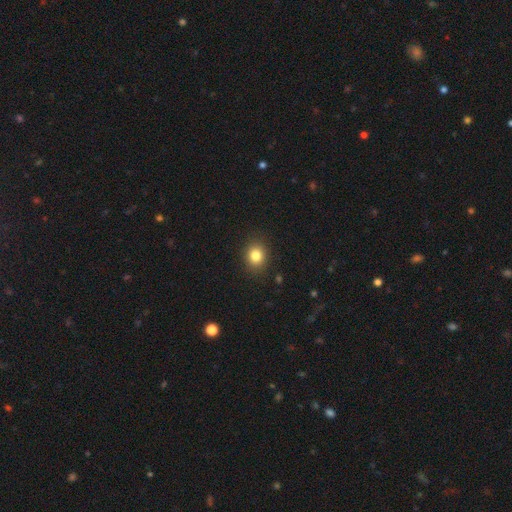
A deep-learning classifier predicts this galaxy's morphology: This is clearly a smooth galaxy (83%). How rounded: likely round (68%). Merging: clearly none (89%).